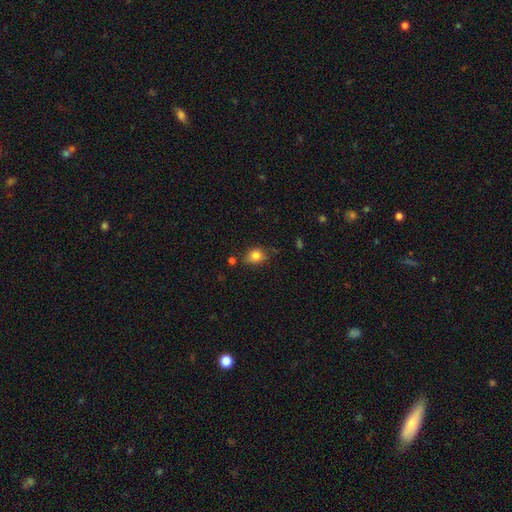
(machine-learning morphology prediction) This is clearly a smooth galaxy (81%). How rounded: possibly round (50%). Merging: likely none (71%).